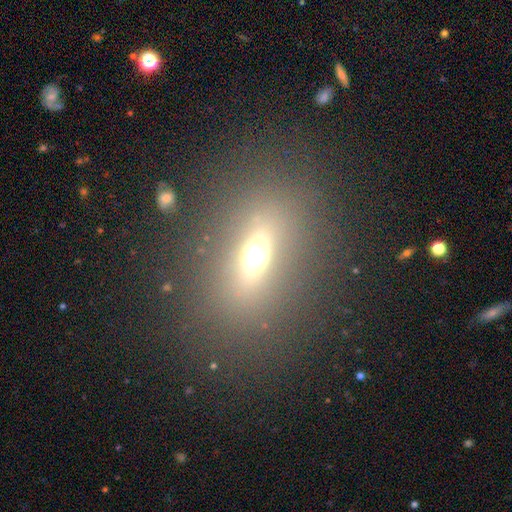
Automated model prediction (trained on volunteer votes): This is possibly a smooth galaxy (51%). How rounded: likely in between (67%). Merging: likely none (80%).